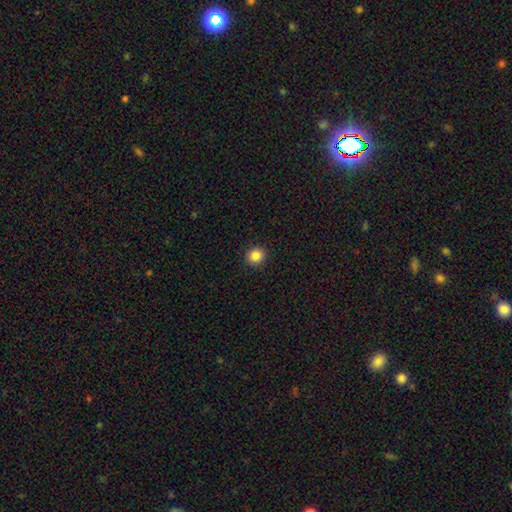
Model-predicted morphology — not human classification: smooth_or_featured: smooth (p=0.86) [alt: star or artifact p=0.10]
how_rounded: round (p=0.88) [alt: in between p=0.11]
merging: none (p=0.92) [alt: minor disturbance p=0.05]